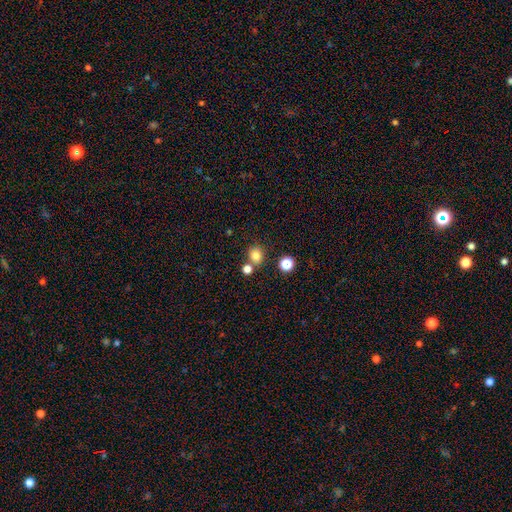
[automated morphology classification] Smooth or featured? Predicted: smooth (p=0.81). How rounded? Predicted: round (p=0.79). Merging? Predicted: none (p=0.71).